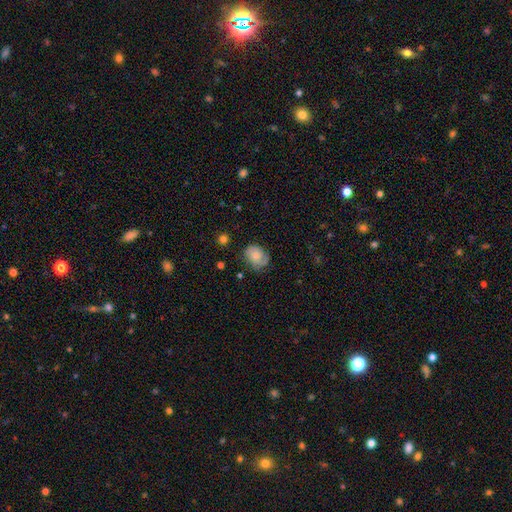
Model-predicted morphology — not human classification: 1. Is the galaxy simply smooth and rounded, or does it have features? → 48% smooth, 44% featured or disk, 8% star or artifact.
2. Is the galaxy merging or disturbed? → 63% none, 25% minor disturbance, 10% major disturbance, 2% merger.